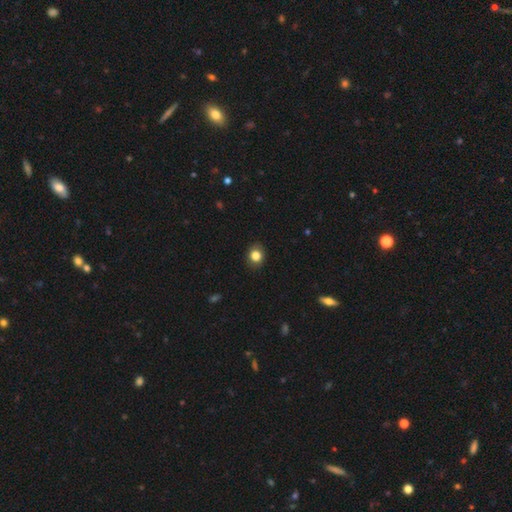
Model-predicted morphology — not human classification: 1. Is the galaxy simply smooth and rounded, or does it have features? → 83% smooth, 10% star or artifact, 7% featured or disk.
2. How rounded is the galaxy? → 65% round, 34% in between, 1% cigar-shaped.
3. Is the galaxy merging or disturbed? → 88% none, 9% minor disturbance, 2% major disturbance, 1% merger.